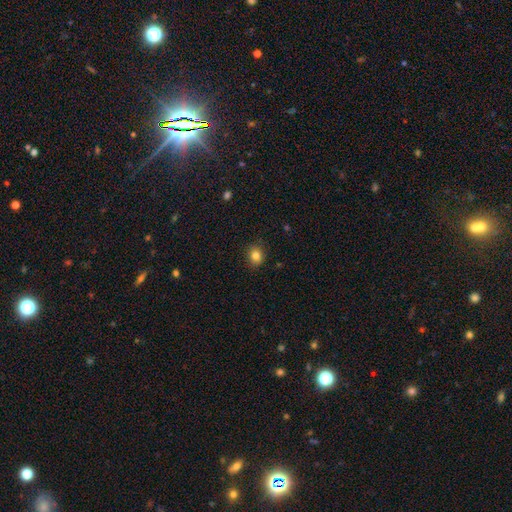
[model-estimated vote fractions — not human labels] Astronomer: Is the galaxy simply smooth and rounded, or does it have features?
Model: smooth — 83%.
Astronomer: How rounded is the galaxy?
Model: round — 62% (runner-up: in between, 37%).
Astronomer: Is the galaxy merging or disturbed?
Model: none — 87%.